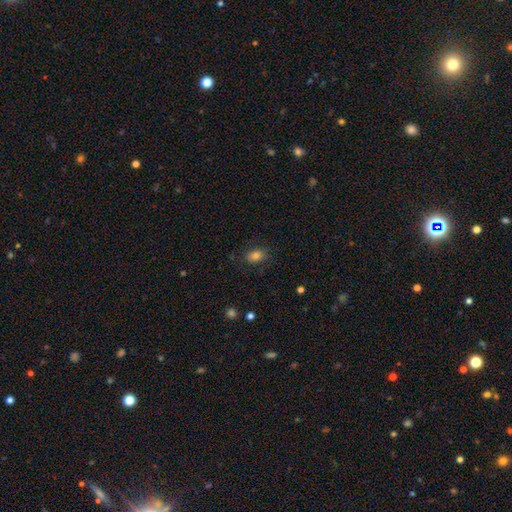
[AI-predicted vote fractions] Smooth or featured? Predicted: smooth (p=0.81). How rounded? Predicted: in between (p=0.78). Merging? Predicted: none (p=0.82).